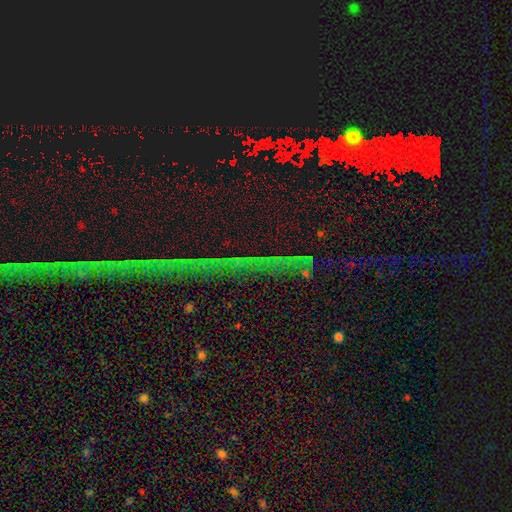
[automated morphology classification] Overall: star or artifact (80%).